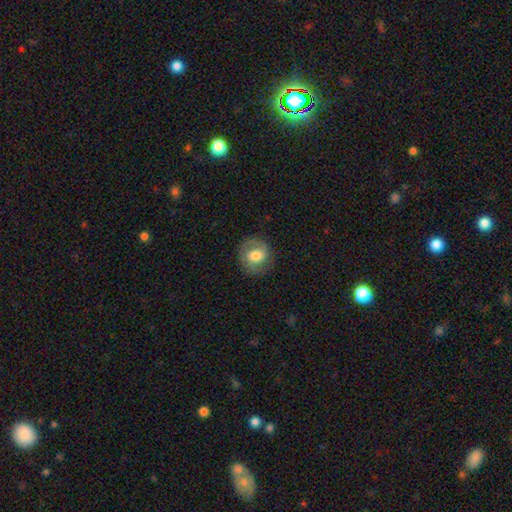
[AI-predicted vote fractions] Overall: smooth (52%; featured or disk 40%). How rounded: round (77%). Merging: none (79%).